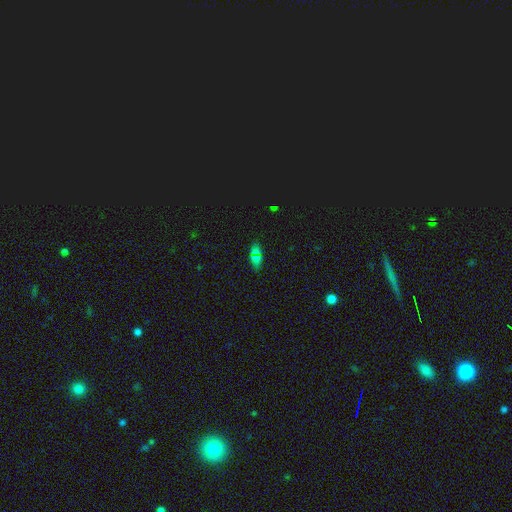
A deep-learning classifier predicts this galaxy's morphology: smooth_or_featured: smooth (p=0.59) [alt: star or artifact p=0.30]
how_rounded: in between (p=0.78) [alt: cigar-shaped p=0.15]
merging: none (p=0.82) [alt: minor disturbance p=0.11]